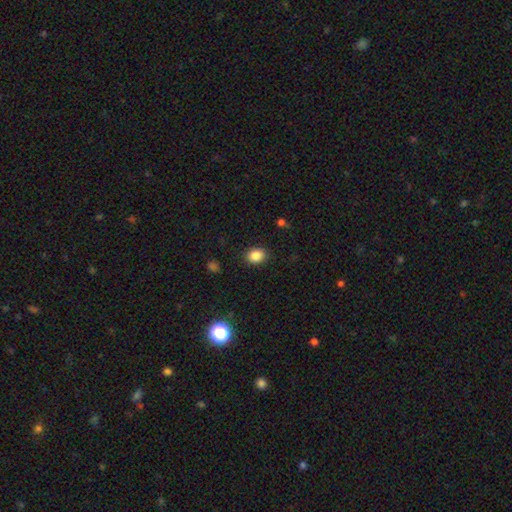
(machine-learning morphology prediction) Smooth or featured? smooth (86%)
How rounded? in between (54%)
Merging? none (88%)